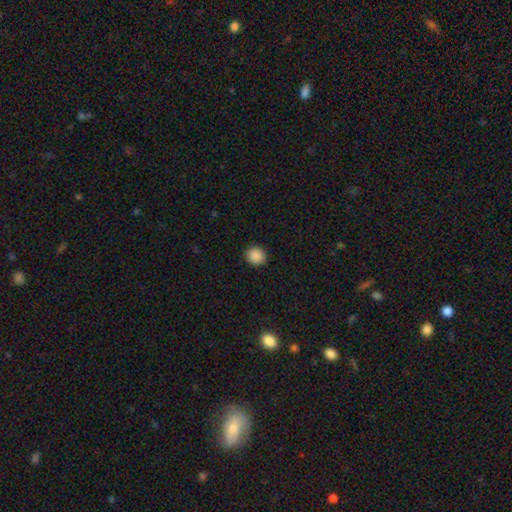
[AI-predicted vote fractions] This appears to be a smooth galaxy with no disk features (89%) that is round (85%). Merging: none (91%).